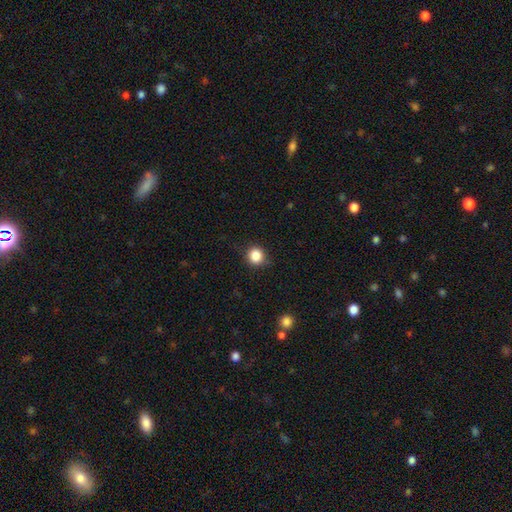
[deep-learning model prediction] The model was most divided on "smooth or featured": smooth: 86%, star or artifact: 11%, featured or disk: 4%. More confident: how rounded — round (90%); merging — none (86%).